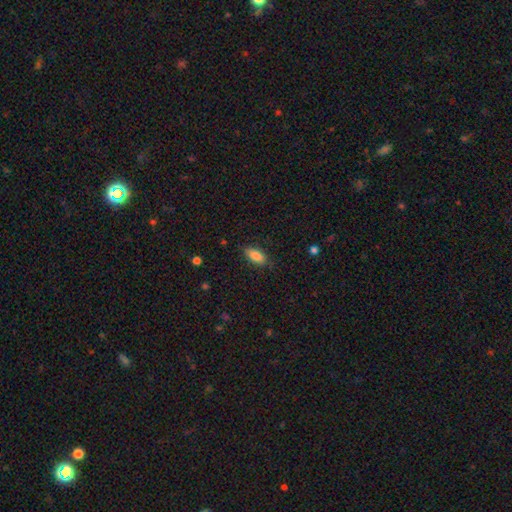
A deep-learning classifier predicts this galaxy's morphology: Smooth or featured? Predicted: smooth (p=0.85). How rounded? Predicted: in between (p=0.85). Merging? Predicted: none (p=0.81).